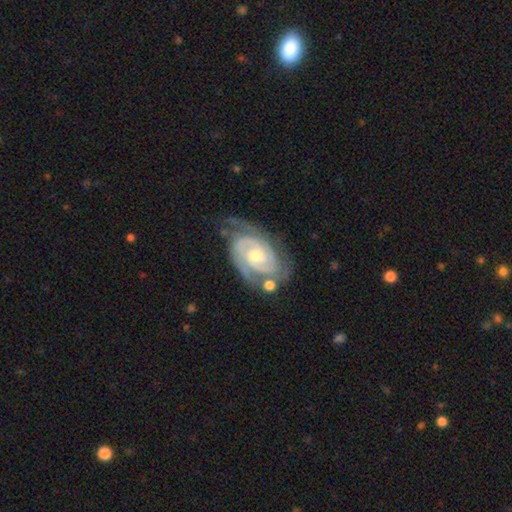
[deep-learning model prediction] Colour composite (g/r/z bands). It shows a featured or disk galaxy (91%) with no bar (66%), 2 (66%) tight (67%) spiral arms (98%) and a moderate central bulge (48%, tied with small). Merging: none (60%).